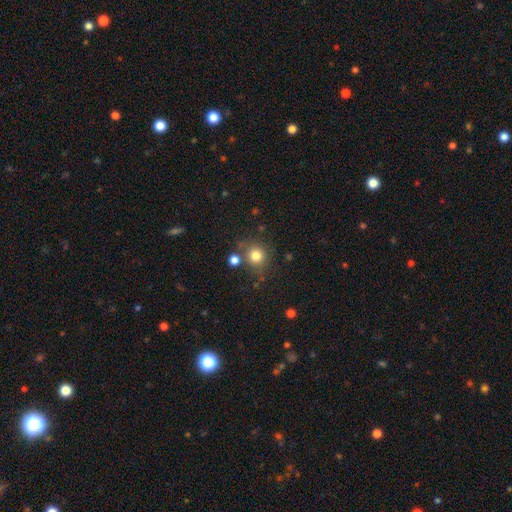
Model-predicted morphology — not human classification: Q: Smooth or featured?
A: smooth (79%); runner-up: star or artifact (13%)
Q: How rounded?
A: round (90%); runner-up: in between (9%)
Q: Merging?
A: none (74%); runner-up: merger (11%)